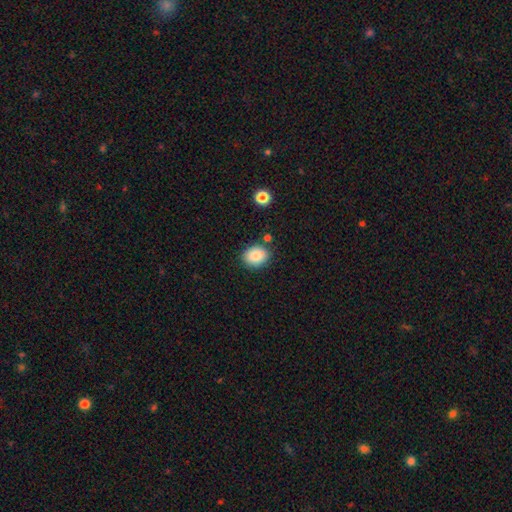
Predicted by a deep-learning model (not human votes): smooth_or_featured: smooth (p=0.84) [alt: star or artifact p=0.09]
how_rounded: round (p=0.59) [alt: in between p=0.41]
merging: none (p=0.81) [alt: minor disturbance p=0.11]